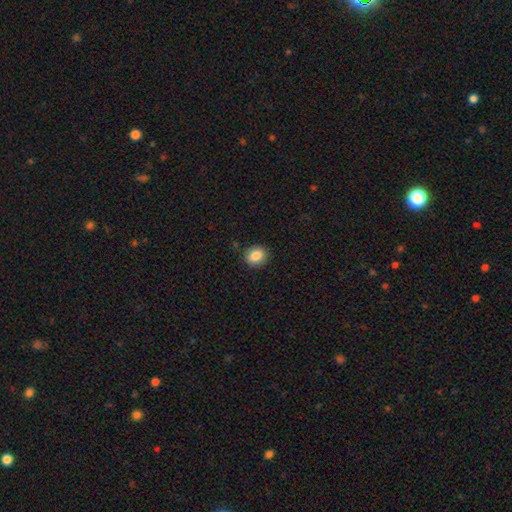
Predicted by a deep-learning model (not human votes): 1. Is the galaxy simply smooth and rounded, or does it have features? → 84% smooth, 9% star or artifact, 7% featured or disk.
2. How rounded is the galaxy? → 68% round, 31% in between, 1% cigar-shaped.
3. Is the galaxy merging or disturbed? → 88% none, 9% minor disturbance, 2% major disturbance, 1% merger.